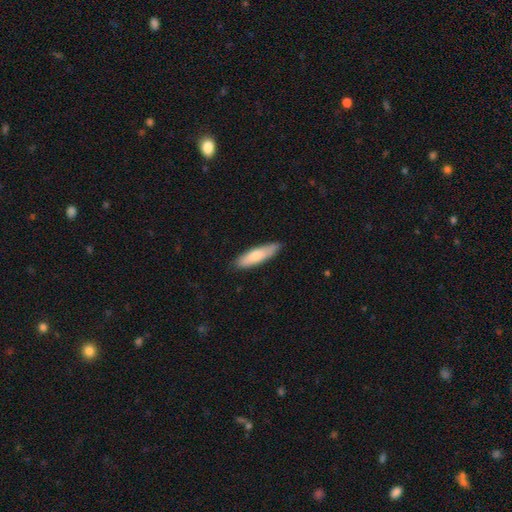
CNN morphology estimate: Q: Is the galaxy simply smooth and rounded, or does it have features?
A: smooth — 77%.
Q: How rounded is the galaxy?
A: cigar-shaped — 62%.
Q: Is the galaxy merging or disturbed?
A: none — 82%.